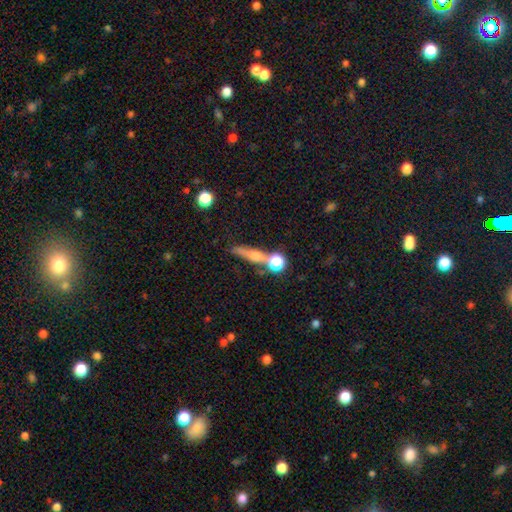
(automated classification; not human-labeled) Smooth or featured? Predicted: smooth (p=0.52). How rounded? Predicted: cigar-shaped (p=0.66). Merging? Predicted: none (p=0.60).